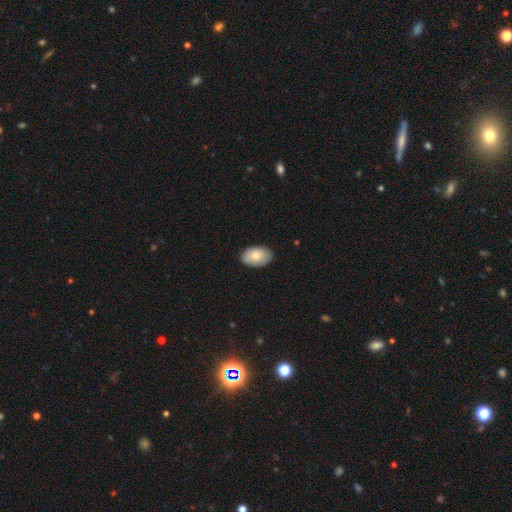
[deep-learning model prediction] A smooth galaxy with no disk features (82%) that is in between round and cigar-shaped (91%). Merging: none (87%).